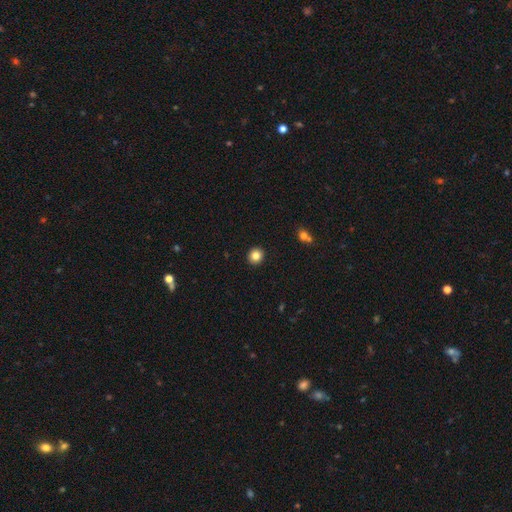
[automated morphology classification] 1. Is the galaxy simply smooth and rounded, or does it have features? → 84% smooth, 10% star or artifact, 5% featured or disk.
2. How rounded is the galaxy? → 89% round, 10% in between, 1% cigar-shaped.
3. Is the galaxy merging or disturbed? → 93% none, 4% minor disturbance, 1% major disturbance, 1% merger.